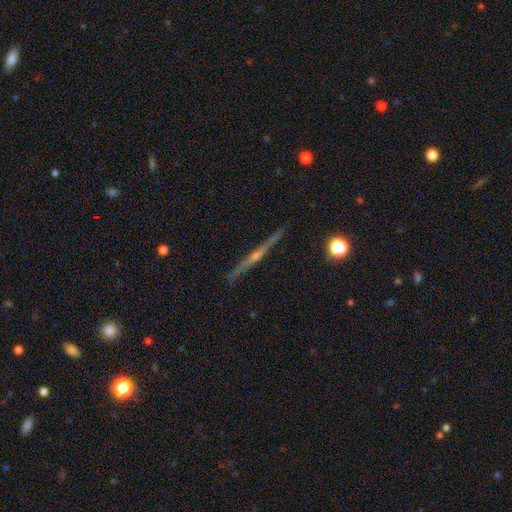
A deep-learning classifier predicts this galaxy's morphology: This is likely a featured or disk galaxy (78%). It is clearly viewed edge-on (98%). Edge-on bulge: likely rounded (68%). Merging: clearly none (88%).